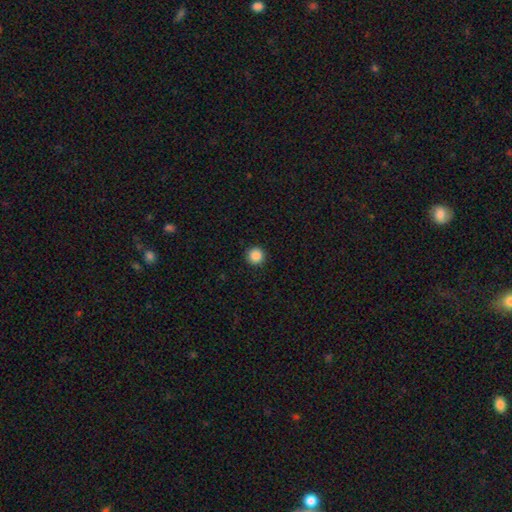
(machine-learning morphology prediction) The model was most divided on "smooth or featured": smooth: 87%, star or artifact: 10%, featured or disk: 3%. More confident: how rounded — round (96%); merging — none (93%).